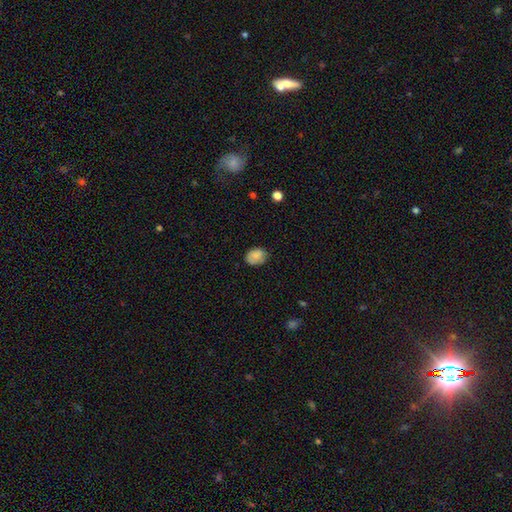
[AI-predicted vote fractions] Smooth or featured?
  - smooth: 83% *
  - featured or disk: 8%
  - star or artifact: 8%
How rounded?
  - in between: 65% *
  - round: 34%
  - cigar-shaped: 1%
Merging?
  - none: 74% *
  - minor disturbance: 21%
  - major disturbance: 4%
  - merger: 1%